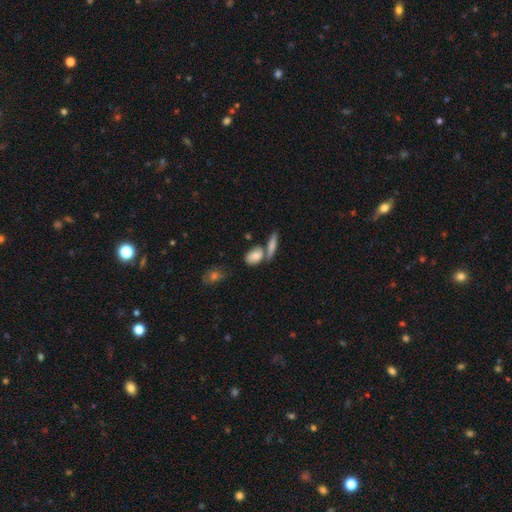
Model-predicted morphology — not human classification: The model was most divided on "merging": none: 49%, merger: 34%, minor disturbance: 13%, major disturbance: 5%. More confident: smooth or featured — smooth (75%); how rounded — in between (71%).